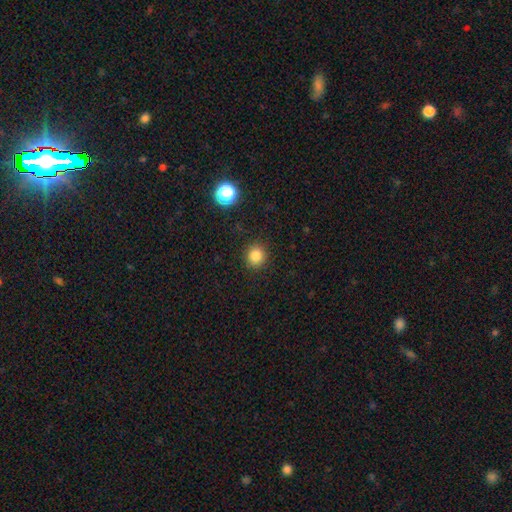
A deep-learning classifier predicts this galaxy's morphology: type=smooth (83%); roundness=round (89%); merging=none (91%).